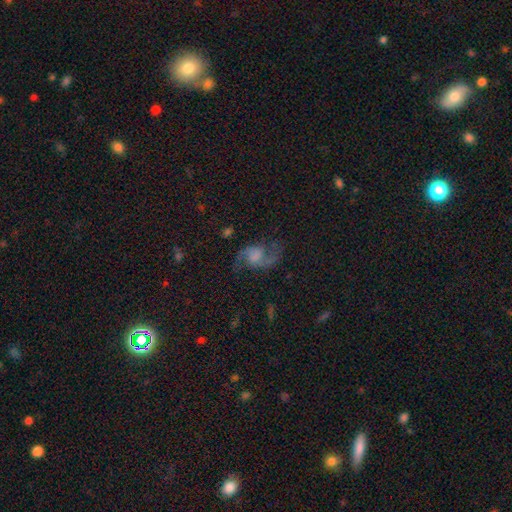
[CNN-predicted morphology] This is clearly a featured or disk galaxy (83%). It is clearly not viewed edge-on (98%). Bar: possibly no (53%). Spiral arm pattern: clearly yes (96%). Spiral arm count: clearly 2 (93%). Spiral winding: likely loose (62%). Central bulge: marginally none (40%). Merging: likely none (71%).